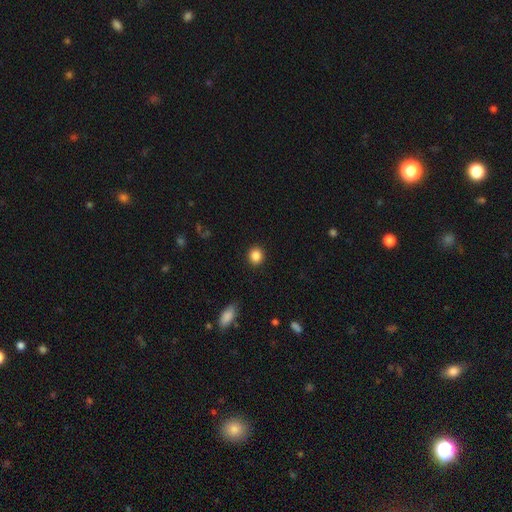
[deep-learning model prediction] smooth 87%, star or artifact 9%, featured or disk 4%. Down the decision tree: how rounded — round (83%); merging — none (91%).